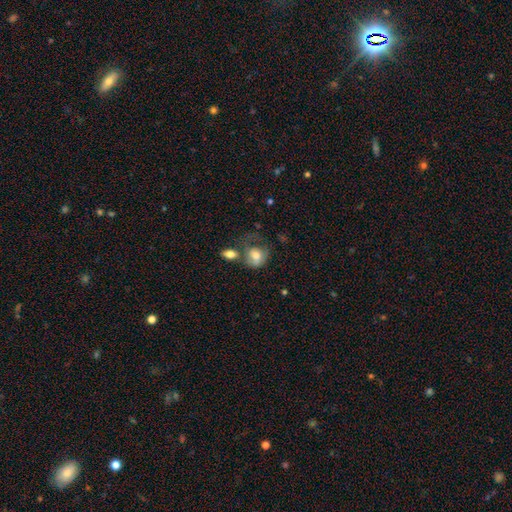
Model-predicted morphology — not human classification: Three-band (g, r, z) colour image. It shows a smooth galaxy with no disk features (69%) that is round (54%). Merging: none (33%).